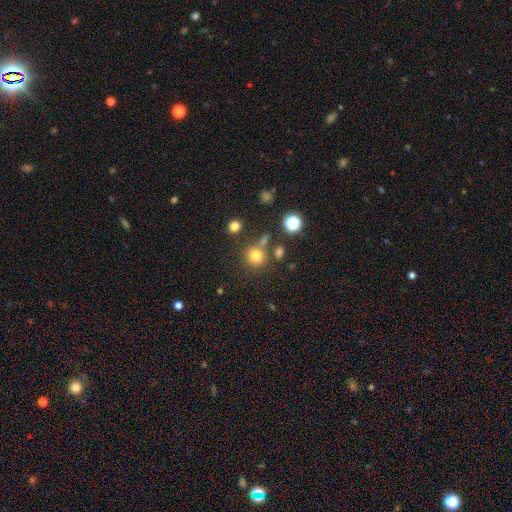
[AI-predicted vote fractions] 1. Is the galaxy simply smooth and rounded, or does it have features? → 75% smooth, 17% star or artifact, 8% featured or disk.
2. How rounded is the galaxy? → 91% round, 8% in between, 1% cigar-shaped.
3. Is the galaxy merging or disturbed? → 71% none, 14% merger, 10% minor disturbance, 5% major disturbance.